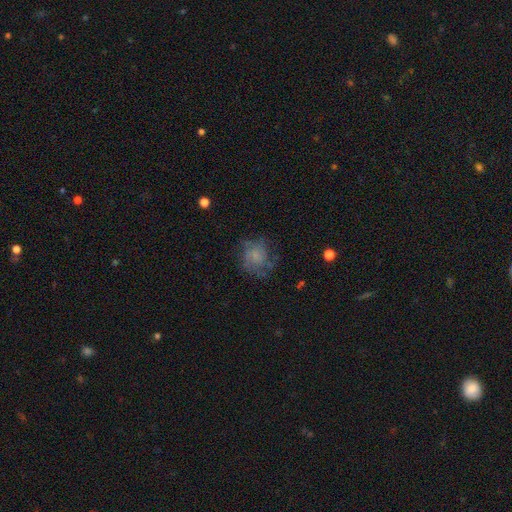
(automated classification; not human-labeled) Q: Smooth or featured?
A: featured or disk (45%); runner-up: smooth (43%)
Q: Merging?
A: none (61%); runner-up: minor disturbance (21%)